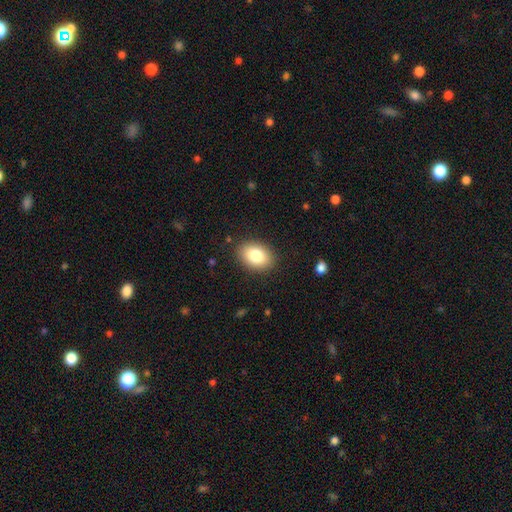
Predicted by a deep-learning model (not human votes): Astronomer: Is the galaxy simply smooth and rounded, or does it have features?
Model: smooth — 82%.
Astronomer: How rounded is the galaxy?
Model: in between — 79%.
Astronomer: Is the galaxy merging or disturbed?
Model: none — 88%.